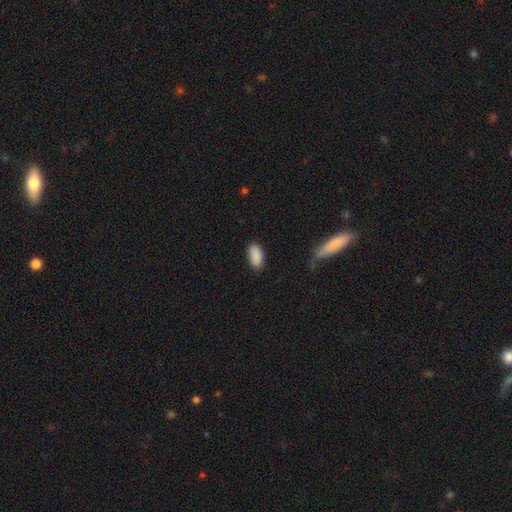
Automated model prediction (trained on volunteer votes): Smooth or featured? Predicted: smooth (p=0.89). How rounded? Predicted: in between (p=0.91). Merging? Predicted: none (p=0.84).